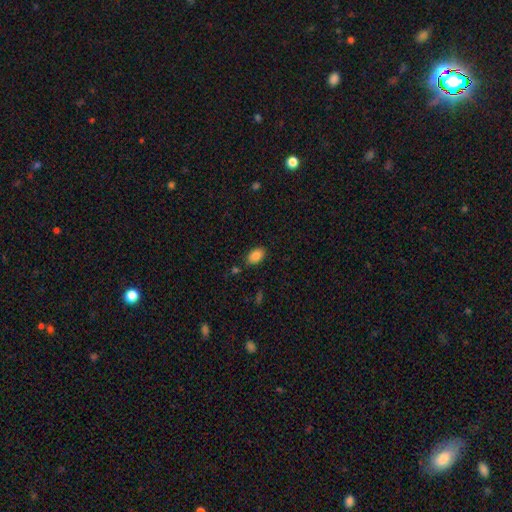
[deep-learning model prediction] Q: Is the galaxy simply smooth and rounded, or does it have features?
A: smooth — 86%.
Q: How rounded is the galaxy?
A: in between — 91%.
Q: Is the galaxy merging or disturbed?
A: none — 82%.